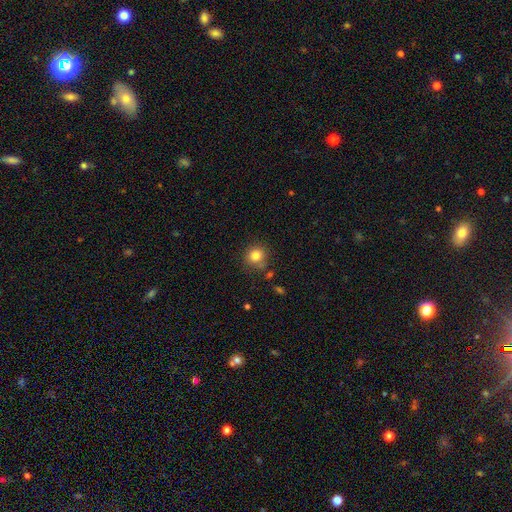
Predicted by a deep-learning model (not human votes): Morphology: type=smooth (82%); roundness=round (90%); merging=none (79%).